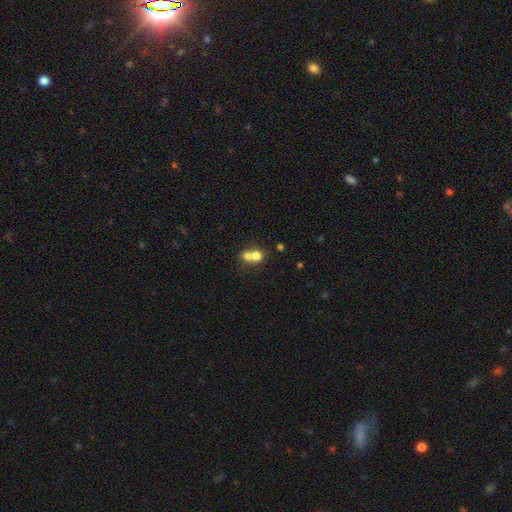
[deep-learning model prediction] Smooth or featured?
  - smooth: 72% *
  - featured or disk: 17%
  - star or artifact: 11%
How rounded?
  - round: 73% *
  - in between: 26%
  - cigar-shaped: 1%
Merging?
  - merger: 68% *
  - none: 25%
  - minor disturbance: 4%
  - major disturbance: 2%